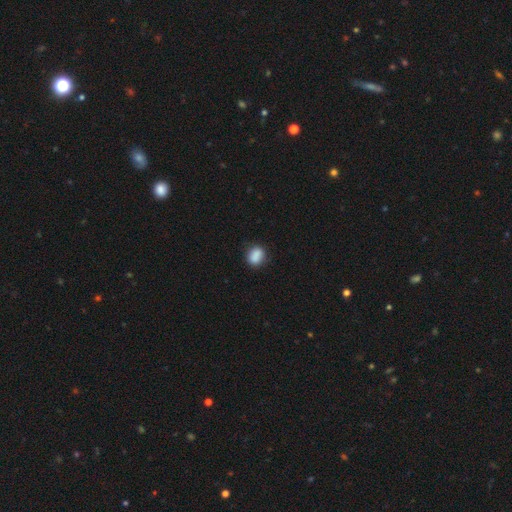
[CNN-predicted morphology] This appears to be a smooth galaxy with no disk features (87%) that is in between round and cigar-shaped (53%). Merging: none (80%).